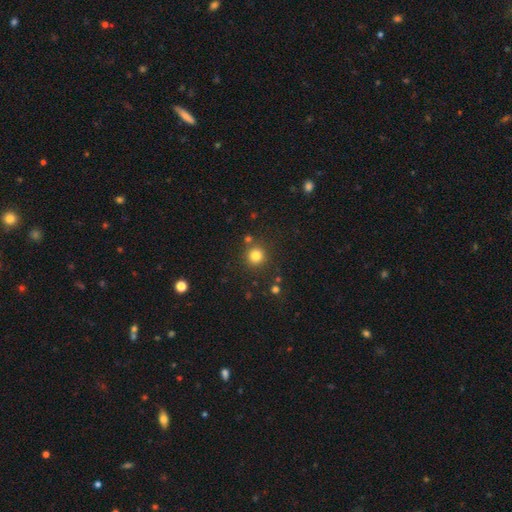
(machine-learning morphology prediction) type=smooth (81%); roundness=round (93%); merging=none (84%).